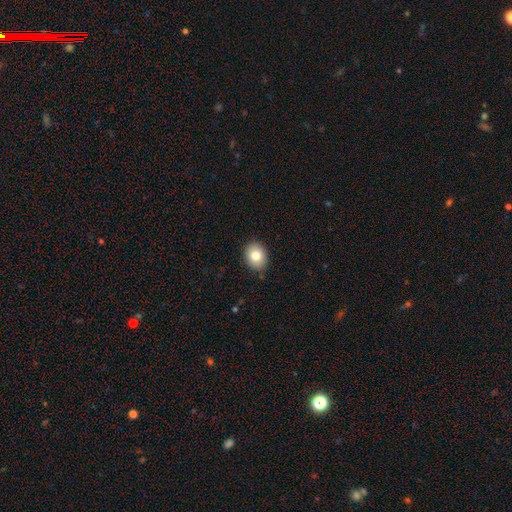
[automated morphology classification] A smooth galaxy with no disk features (80%) that is in between round and cigar-shaped (54%). Merging: none (87%).